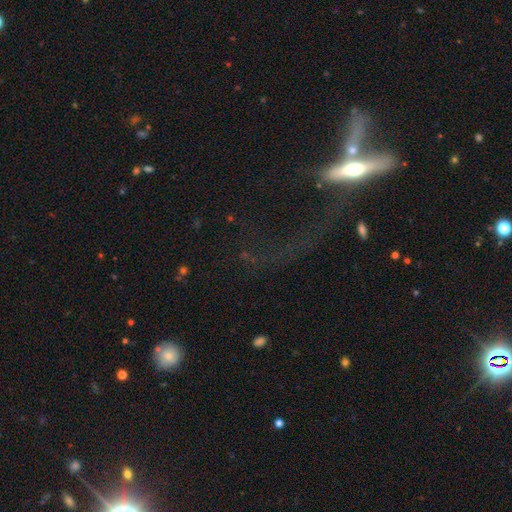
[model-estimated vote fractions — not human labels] featured or disk 52%, smooth 28%, star or artifact 20%. Down the decision tree: edge-on disk — yes (60%); merging — major disturbance (30%).